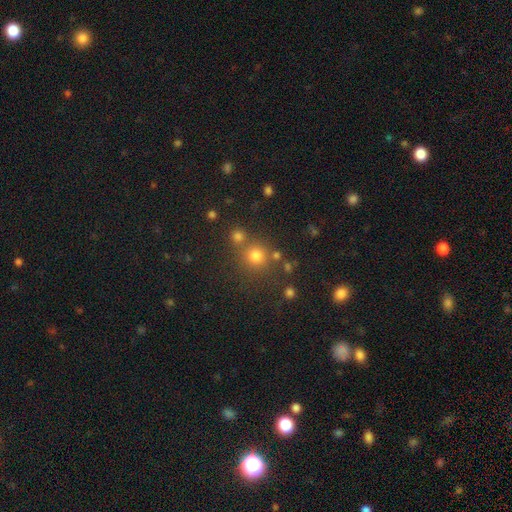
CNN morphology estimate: smooth 73%, star or artifact 20%, featured or disk 7%. Down the decision tree: how rounded — round (92%); merging — none (70%).